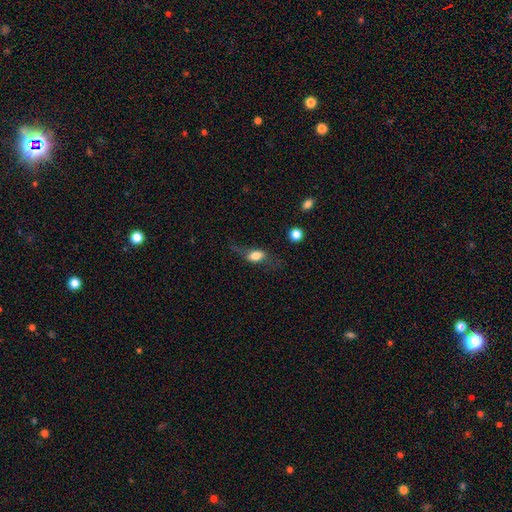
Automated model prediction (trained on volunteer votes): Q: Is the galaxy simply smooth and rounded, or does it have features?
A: smooth — 65%.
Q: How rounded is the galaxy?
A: in between — 77%.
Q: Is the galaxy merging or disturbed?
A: none — 47%.